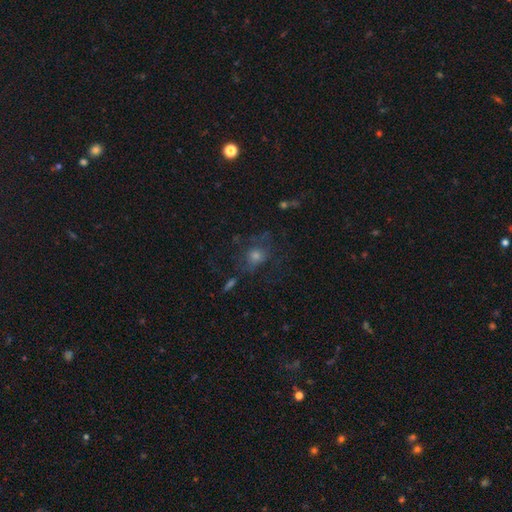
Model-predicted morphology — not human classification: This appears to be a smooth galaxy with no disk features (37%). Merging: none (58%).